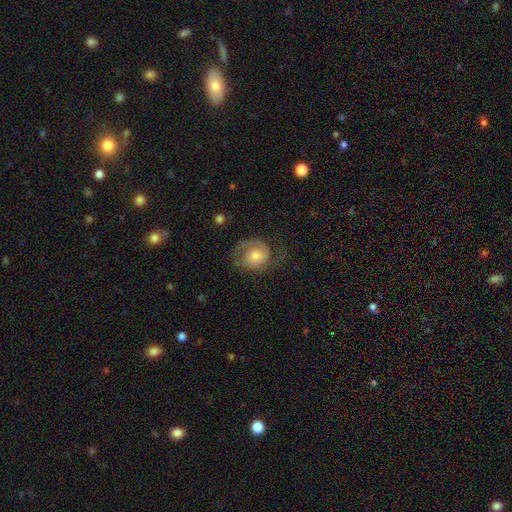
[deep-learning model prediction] Overall: featured or disk (70%). Edge-on disk: no (98%). Bar: no (73%). Spiral arms: yes (93%). Spiral arm count: 2 (68%). Spiral winding: medium (41%; tight 40%). Bulge size: moderate (56%; small 29%). Merging: none (62%).